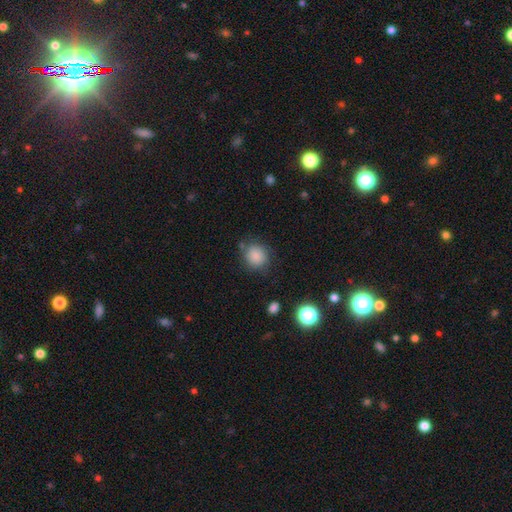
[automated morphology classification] Smooth or featured: smooth — 85% (star or artifact — 9%)
How rounded: round — 82% (in between — 17%)
Merging: none — 76% (minor disturbance — 15%)